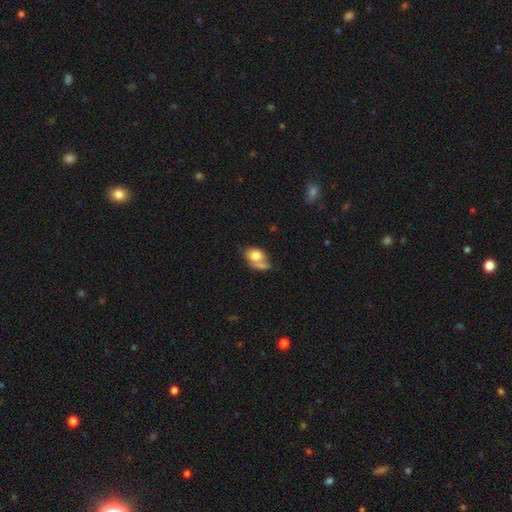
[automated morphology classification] A smooth galaxy with no disk features (74%) that is in between round and cigar-shaped (67%). Merging: merger (44%).